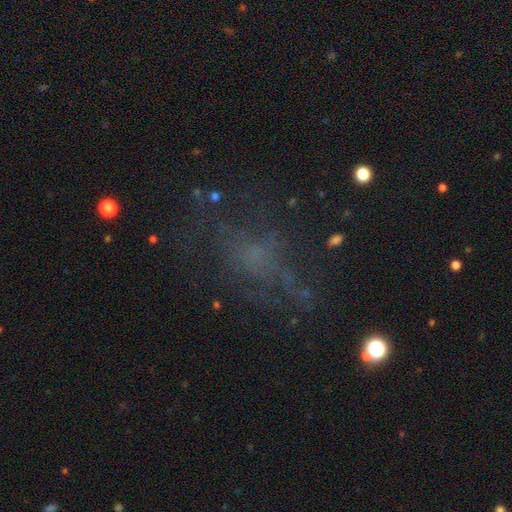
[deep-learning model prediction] featured or disk 39%, star or artifact 31%, smooth 30%. Down the decision tree: merging — none (56%).